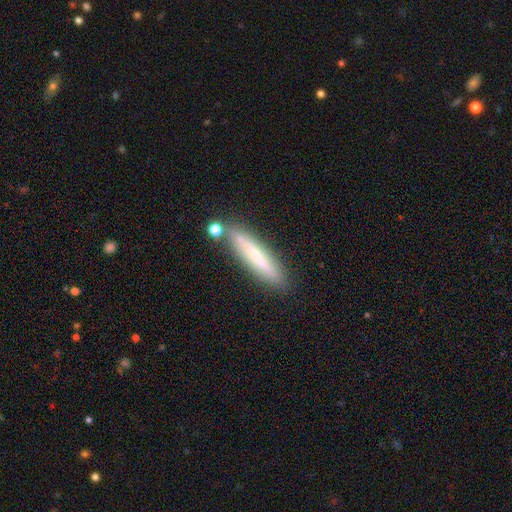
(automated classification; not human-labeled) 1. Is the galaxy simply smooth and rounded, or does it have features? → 50% smooth, 43% featured or disk, 8% star or artifact.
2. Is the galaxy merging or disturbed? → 78% none, 12% minor disturbance, 7% merger, 3% major disturbance.